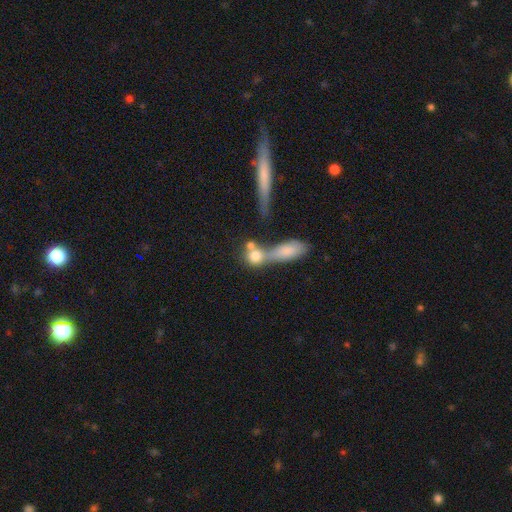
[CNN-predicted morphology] Smooth or featured?
  - smooth: 73% *
  - featured or disk: 17%
  - star or artifact: 10%
How rounded?
  - round: 63% *
  - in between: 26%
  - cigar-shaped: 11%
Merging?
  - merger: 54% *
  - none: 28%
  - major disturbance: 9%
  - minor disturbance: 9%